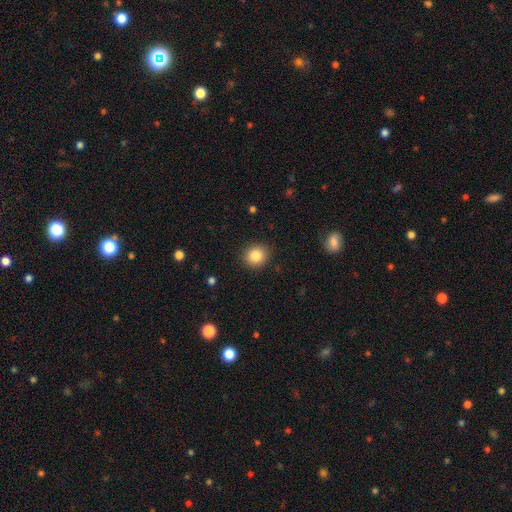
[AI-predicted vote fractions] This appears to be a smooth galaxy with no disk features (85%) that is round (86%). Merging: none (90%).